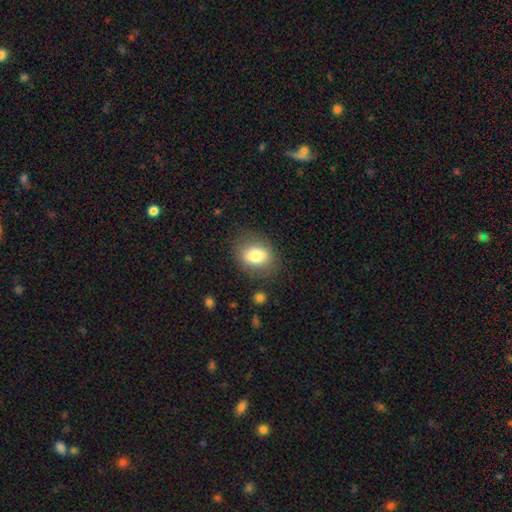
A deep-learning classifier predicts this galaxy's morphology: This appears to be a smooth galaxy with no disk features (76%) that is in between round and cigar-shaped (64%). Merging: none (80%).